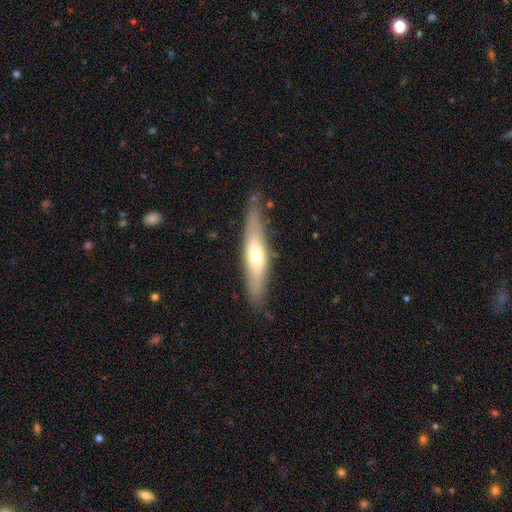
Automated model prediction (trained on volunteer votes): Smooth or featured? Predicted: featured or disk (p=0.50). Edge-on disk? Predicted: yes (p=0.78). Merging? Predicted: none (p=0.82).